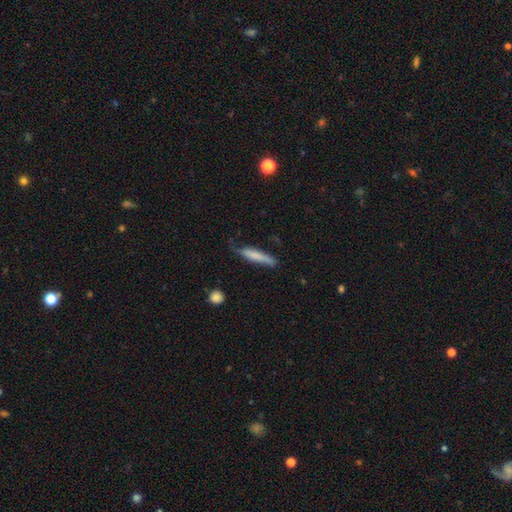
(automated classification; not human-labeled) smooth_or_featured: smooth (p=0.72) [alt: featured or disk p=0.23]
how_rounded: cigar-shaped (p=0.88) [alt: in between p=0.10]
merging: none (p=0.56) [alt: minor disturbance p=0.33]